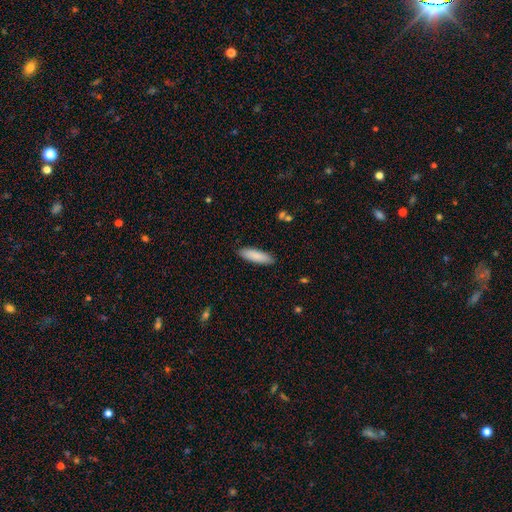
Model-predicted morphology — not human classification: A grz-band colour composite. It shows a smooth galaxy with no disk features (87%) that is cigar-shaped (61%). Merging: none (89%).